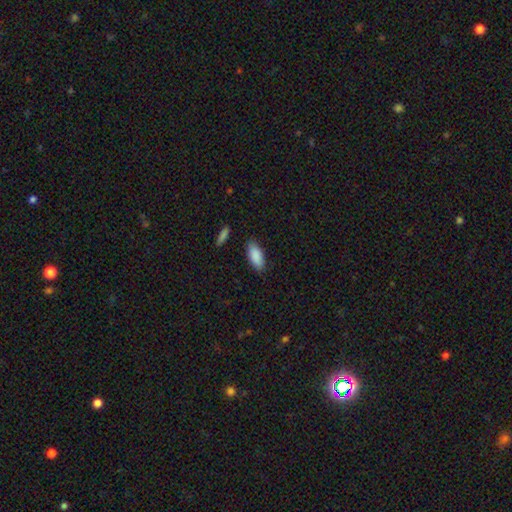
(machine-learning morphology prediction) This appears to be a smooth galaxy with no disk features (89%) that is in between round and cigar-shaped (87%). Merging: none (84%).